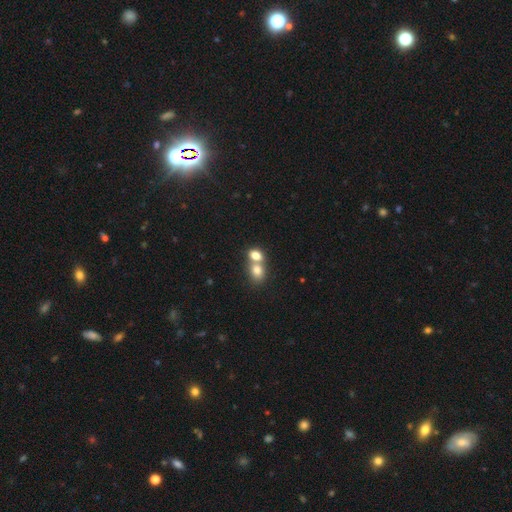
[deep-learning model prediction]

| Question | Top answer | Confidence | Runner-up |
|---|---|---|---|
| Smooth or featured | smooth | 77% | featured or disk (12%) |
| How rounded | in between | 56% | round (42%) |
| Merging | merger | 68% | none (24%) |